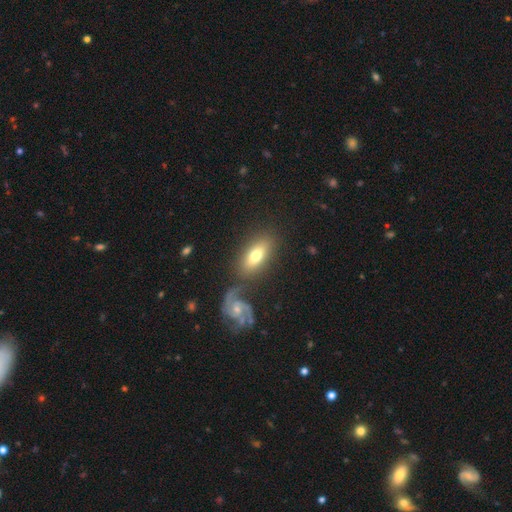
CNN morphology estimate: A smooth galaxy with no disk features (64%) that is in between round and cigar-shaped (83%). Merging: none (67%).